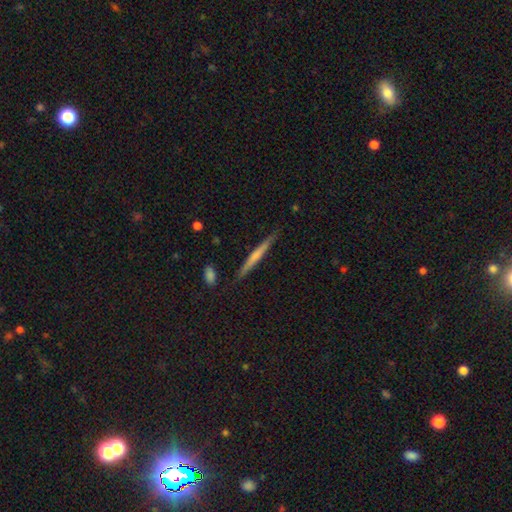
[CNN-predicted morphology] Smooth or featured? smooth (50%)
How rounded? cigar-shaped (96%)
Merging? none (87%)